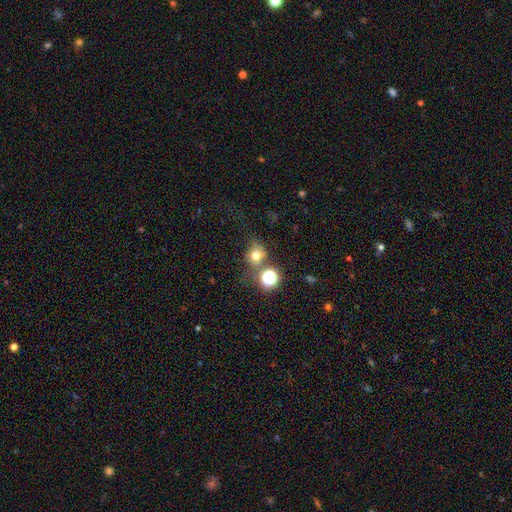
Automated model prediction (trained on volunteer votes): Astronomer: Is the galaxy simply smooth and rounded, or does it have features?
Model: smooth — 68%.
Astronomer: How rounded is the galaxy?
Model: round — 76%.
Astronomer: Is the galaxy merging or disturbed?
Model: none — 57%.